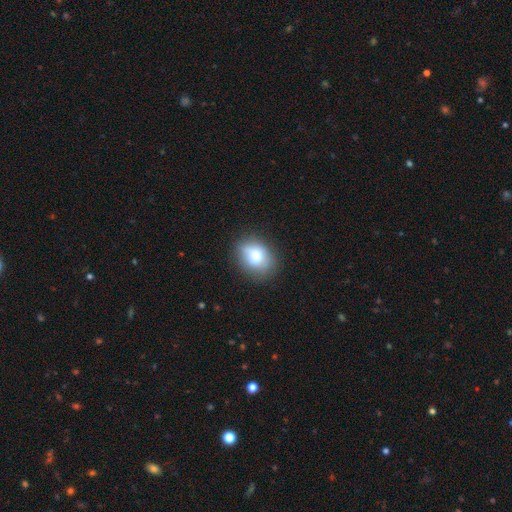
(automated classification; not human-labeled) The model was most divided on "how rounded": in between: 59%, round: 40%, cigar-shaped: 1%. More confident: merging — none (74%); smooth or featured — smooth (73%).